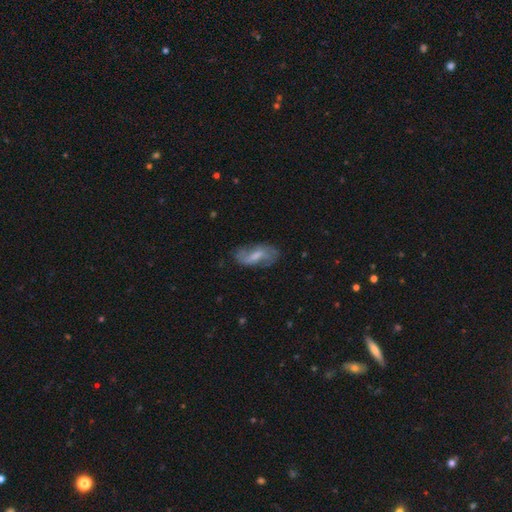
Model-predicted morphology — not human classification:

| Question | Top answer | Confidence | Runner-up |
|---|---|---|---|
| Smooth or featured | featured or disk | 57% | smooth (35%) |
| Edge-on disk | no | 93% | yes (7%) |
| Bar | weak | 52% | no (25%) |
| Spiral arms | yes | 80% | no (20%) |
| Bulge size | moderate | 40% | small (29%) |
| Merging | none | 64% | minor disturbance (23%) |